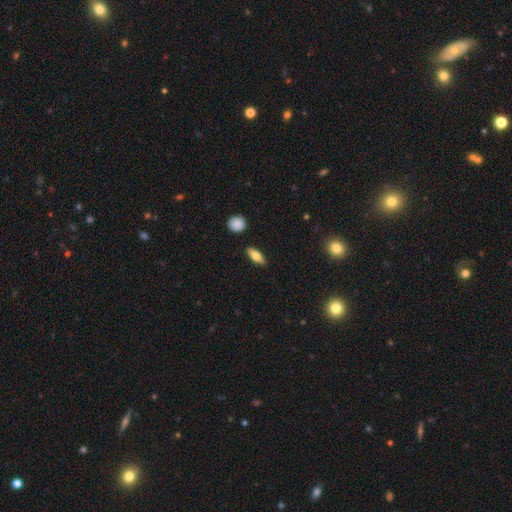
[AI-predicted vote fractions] This is likely a smooth galaxy (63%). How rounded: likely in between (67%). Merging: clearly none (89%).